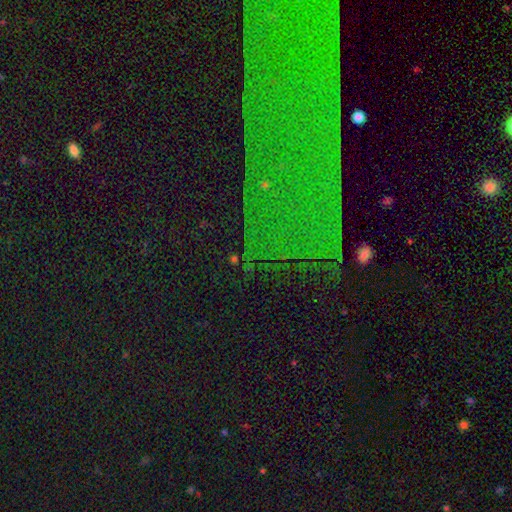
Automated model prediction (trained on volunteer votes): Smooth or featured? Predicted: star or artifact (p=0.75).